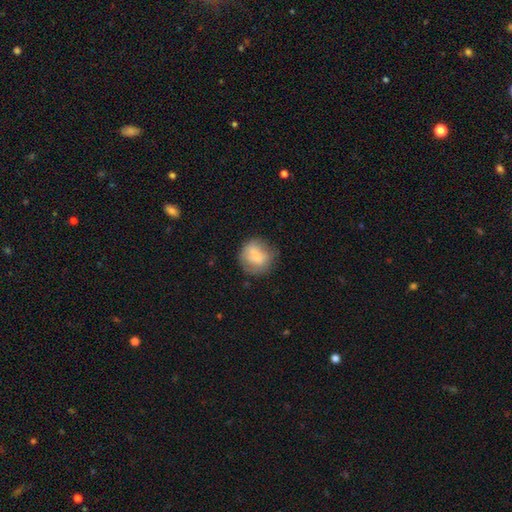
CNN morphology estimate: smooth-or-featured: smooth: 75% | featured or disk: 17% | star or artifact: 8%
  how-rounded: round: 82% | in between: 17% | cigar-shaped: 1%
  merging: none: 67% | minor disturbance: 22% | major disturbance: 9% | merger: 2%